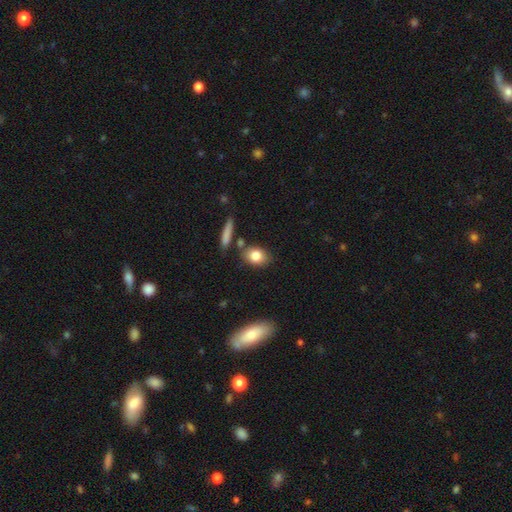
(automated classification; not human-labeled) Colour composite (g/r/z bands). It shows a smooth galaxy with no disk features (81%) that is in between round and cigar-shaped (64%). Merging: none (74%).